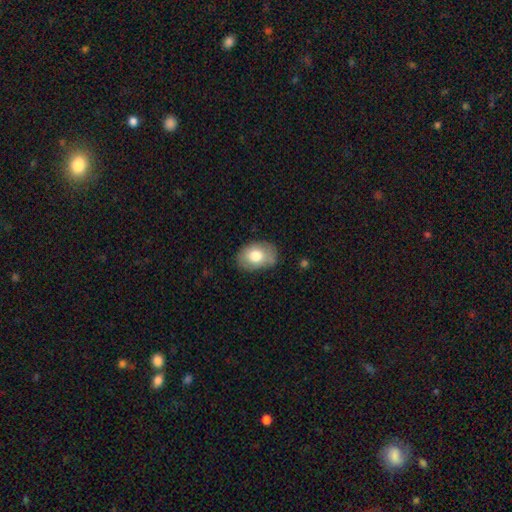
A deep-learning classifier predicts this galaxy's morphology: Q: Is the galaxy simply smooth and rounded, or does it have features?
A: smooth — 75%.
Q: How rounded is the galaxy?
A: in between — 81%.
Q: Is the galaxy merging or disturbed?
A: none — 75%.